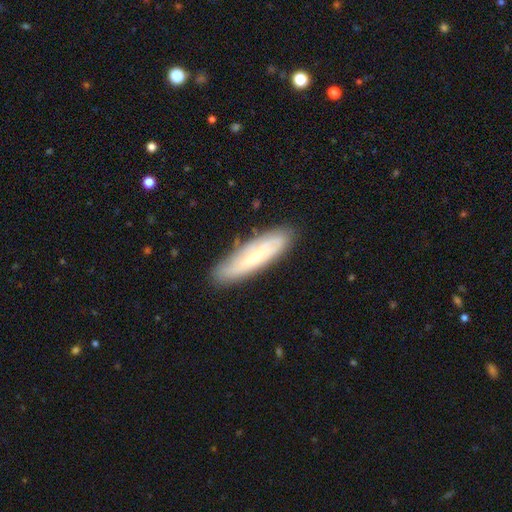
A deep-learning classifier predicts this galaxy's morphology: A featured or disk galaxy (53%). Merging: none (81%).